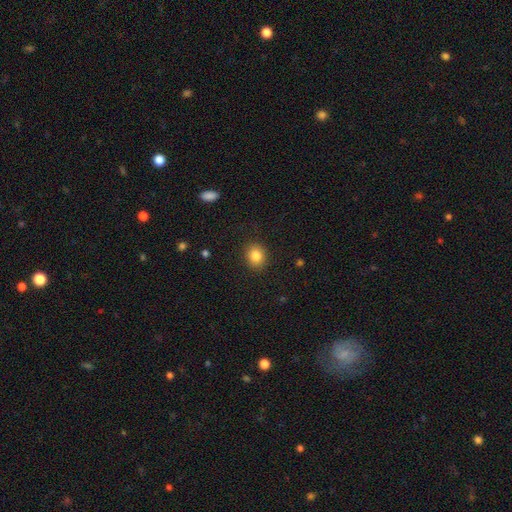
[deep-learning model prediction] A smooth galaxy with no disk features (84%) that is round (63%). Merging: none (89%).